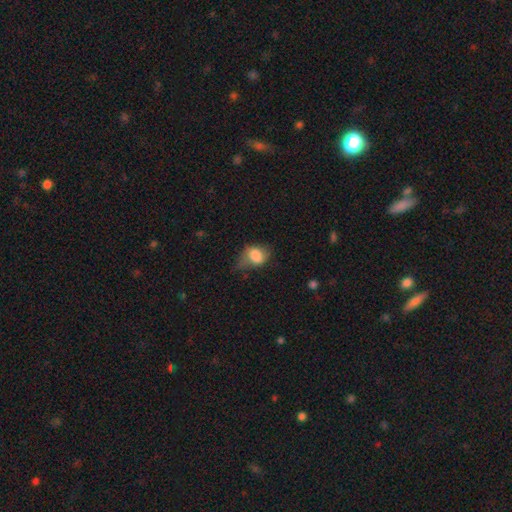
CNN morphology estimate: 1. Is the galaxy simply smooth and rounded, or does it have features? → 77% smooth, 14% featured or disk, 9% star or artifact.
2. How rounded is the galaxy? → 61% in between, 37% round, 1% cigar-shaped.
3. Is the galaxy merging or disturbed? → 37% minor disturbance, 32% none, 28% major disturbance, 3% merger.